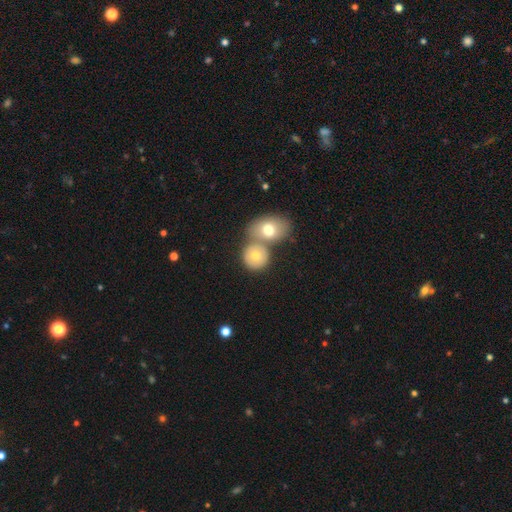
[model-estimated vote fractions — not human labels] Q: Smooth or featured?
A: smooth (70%); runner-up: featured or disk (22%)
Q: How rounded?
A: round (78%); runner-up: in between (20%)
Q: Merging?
A: none (44%); runner-up: merger (43%)